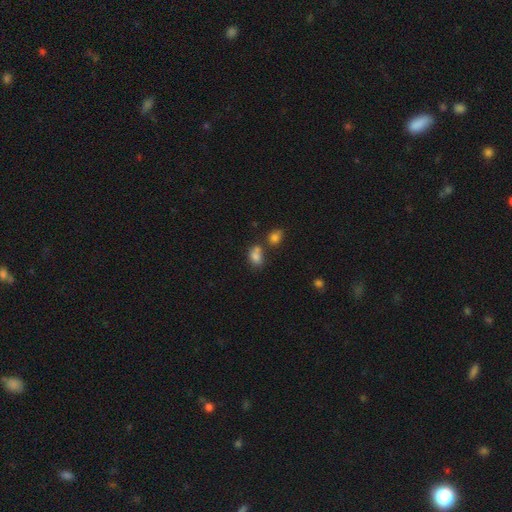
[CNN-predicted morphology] Smooth or featured: smooth — 78% (star or artifact — 12%)
How rounded: in between — 72% (round — 26%)
Merging: none — 41% (merger — 38%)